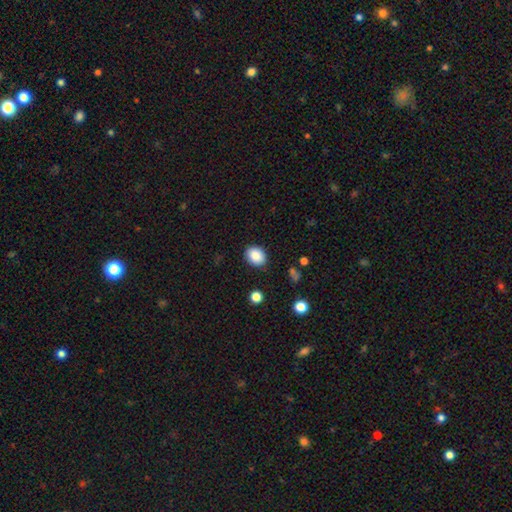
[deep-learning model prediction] Smooth or featured? smooth (88%)
How rounded? in between (53%)
Merging? none (87%)